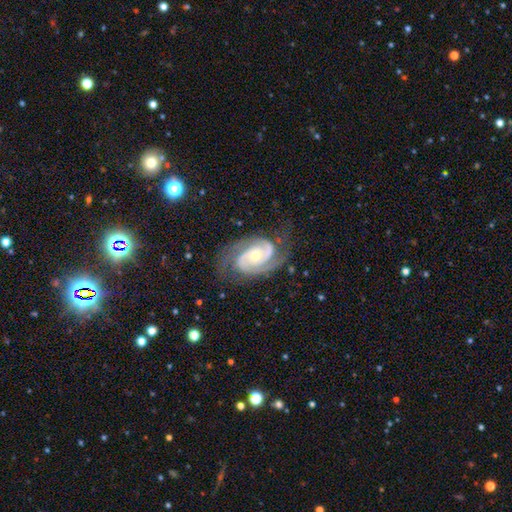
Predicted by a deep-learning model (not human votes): Overall: featured or disk (92%). Edge-on disk: no (97%). Bar: no (64%; weak 27%). Spiral arms: yes (98%). Spiral arm count: 2 (82%). Spiral winding: tight (56%; medium 39%). Bulge size: small (52%; moderate 44%). Merging: none (72%).